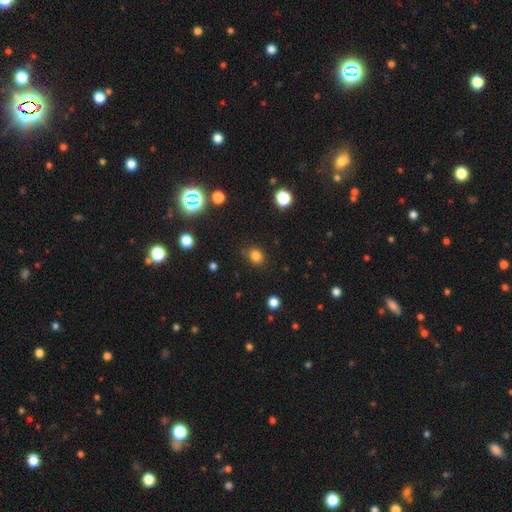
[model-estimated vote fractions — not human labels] smooth-or-featured: smooth: 80% | star or artifact: 15% | featured or disk: 5%
  how-rounded: round: 69% | in between: 30% | cigar-shaped: 1%
  merging: none: 81% | minor disturbance: 13% | major disturbance: 4% | merger: 3%